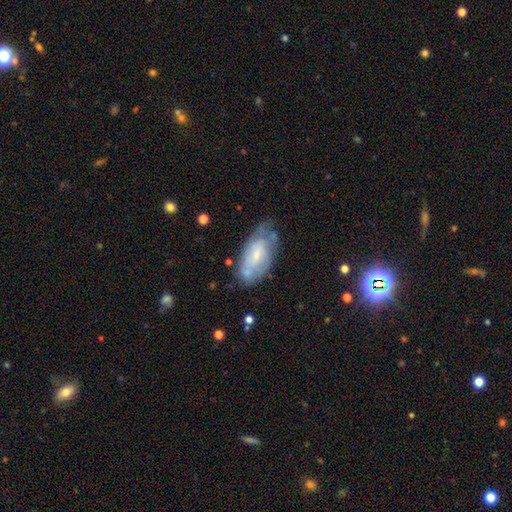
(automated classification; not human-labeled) featured or disk 46% (tied), smooth 46% (tied), star or artifact 8%. Down the decision tree: merging — none (56%).